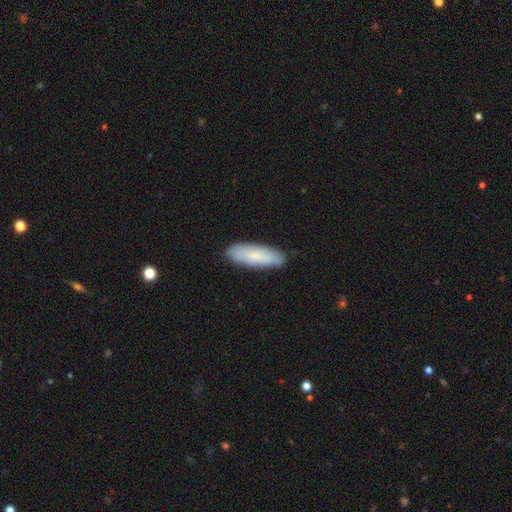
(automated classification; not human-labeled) Morphology: type=smooth (79%); roundness=in between (52%); merging=none (87%).